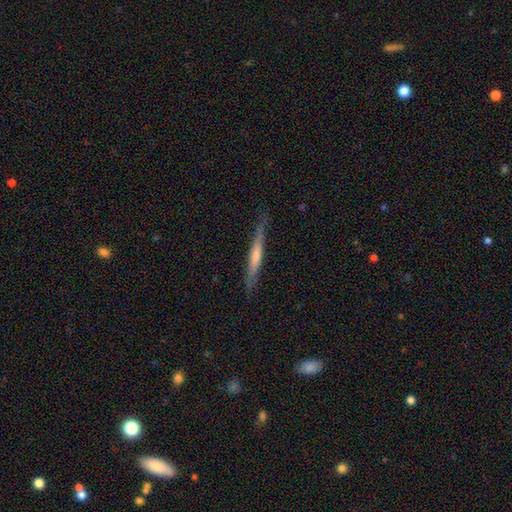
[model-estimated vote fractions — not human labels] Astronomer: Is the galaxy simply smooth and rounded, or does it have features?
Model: featured or disk — 53% (runner-up: smooth, 41%).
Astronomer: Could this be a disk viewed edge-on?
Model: yes — 95%.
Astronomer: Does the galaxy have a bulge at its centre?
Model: none — 51% (runner-up: rounded, 37%).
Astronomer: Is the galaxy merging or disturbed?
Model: none — 84%.